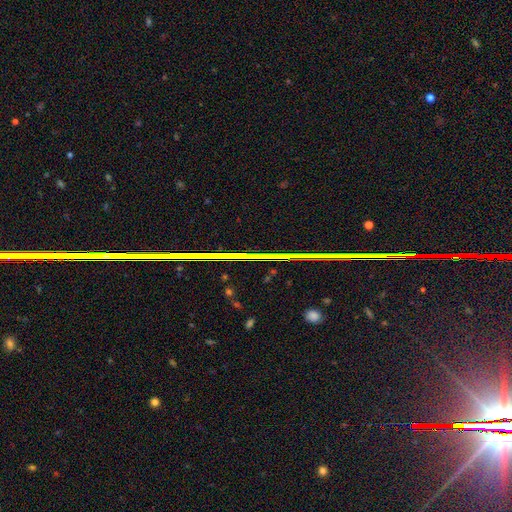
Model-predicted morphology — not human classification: type=star or artifact (85%).